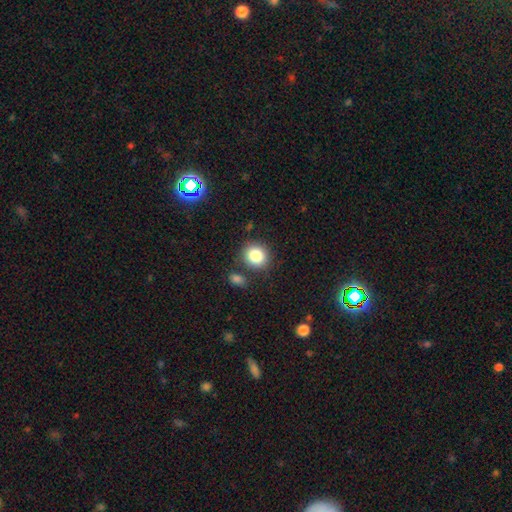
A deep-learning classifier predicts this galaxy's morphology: Smooth or featured? smooth (85%)
How rounded? round (82%)
Merging? none (78%)